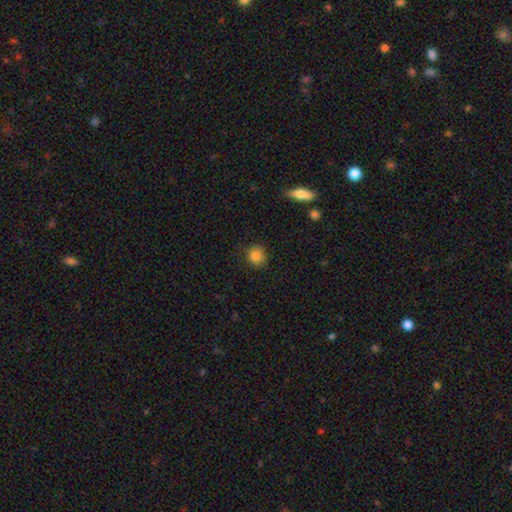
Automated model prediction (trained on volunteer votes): smooth-or-featured: smooth: 85% | star or artifact: 10% | featured or disk: 5%
  how-rounded: round: 89% | in between: 9% | cigar-shaped: 1%
  merging: none: 85% | minor disturbance: 11% | major disturbance: 3% | merger: 1%